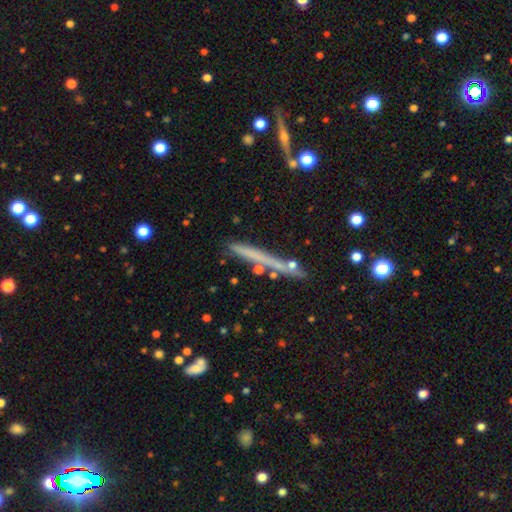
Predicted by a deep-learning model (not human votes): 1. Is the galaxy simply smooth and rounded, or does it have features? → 51% smooth, 41% featured or disk, 8% star or artifact.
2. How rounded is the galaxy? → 96% cigar-shaped, 2% in between, 2% round.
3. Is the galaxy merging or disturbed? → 79% none, 12% minor disturbance, 6% merger, 3% major disturbance.